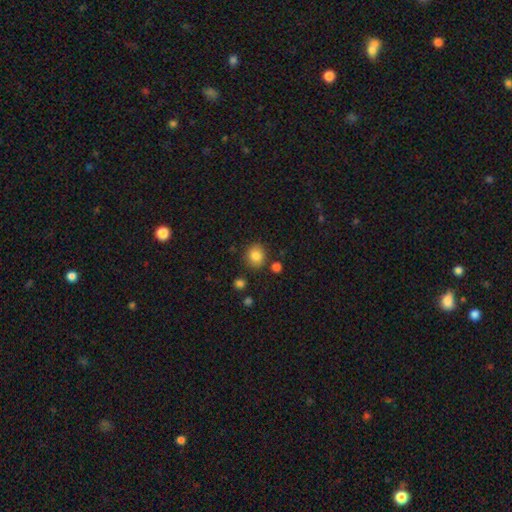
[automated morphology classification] A smooth galaxy with no disk features (84%) that is round (76%).

Vote fractions:
- Smooth or featured? smooth: 84% / star or artifact: 10% / featured or disk: 6%
- How rounded? round: 76% / in between: 23% / cigar-shaped: 1%
- Merging? none: 83% / minor disturbance: 10% / merger: 4% / major disturbance: 3%